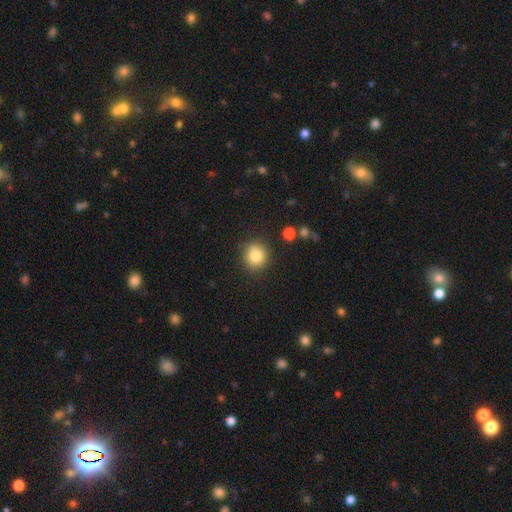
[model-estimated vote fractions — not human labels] A smooth galaxy with no disk features (83%) that is round (90%). Merging: none (86%).